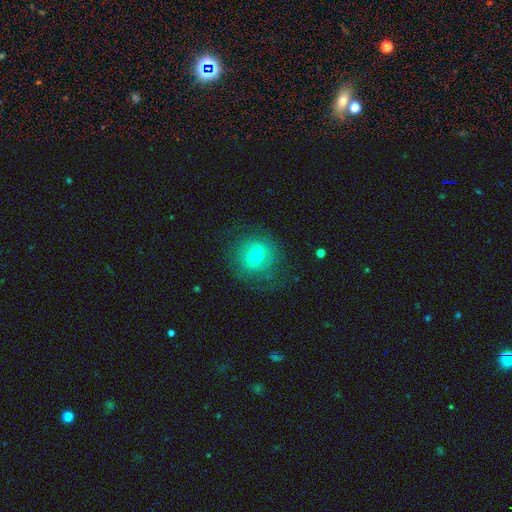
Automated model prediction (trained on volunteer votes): This appears to be a smooth galaxy with no disk features (60%) that is round (86%). Merging: none (72%).